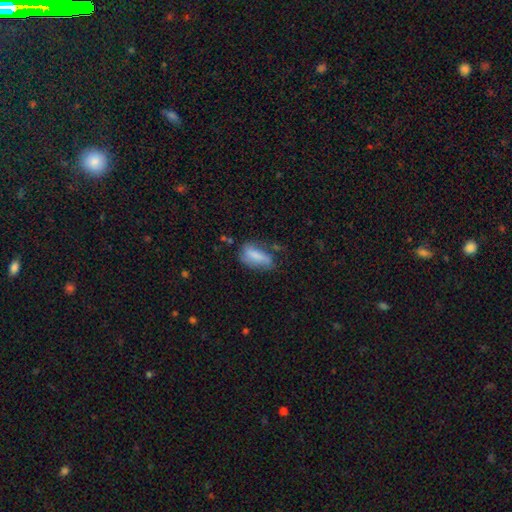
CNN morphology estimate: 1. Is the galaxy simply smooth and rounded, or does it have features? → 71% smooth, 21% featured or disk, 8% star or artifact.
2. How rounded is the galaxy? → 76% in between, 21% cigar-shaped, 3% round.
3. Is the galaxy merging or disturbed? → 47% none, 32% minor disturbance, 17% major disturbance, 5% merger.